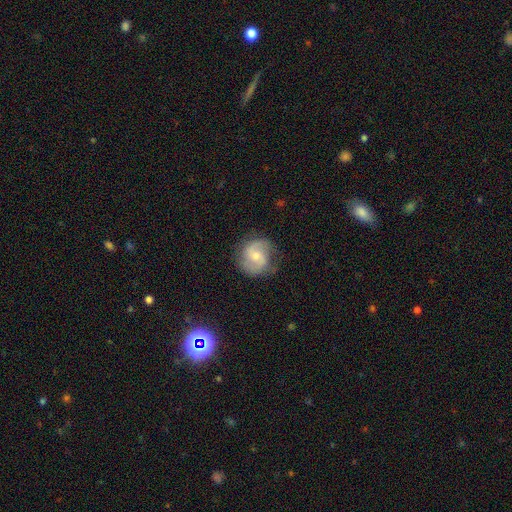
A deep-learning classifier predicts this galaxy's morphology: type=featured or disk (71%); edge-on=no (98%); bar=weak (47%); spiral arms=yes (93%); winding=medium (50%); arm count=2 (87%); bulge=moderate (48%); merging=none (74%).